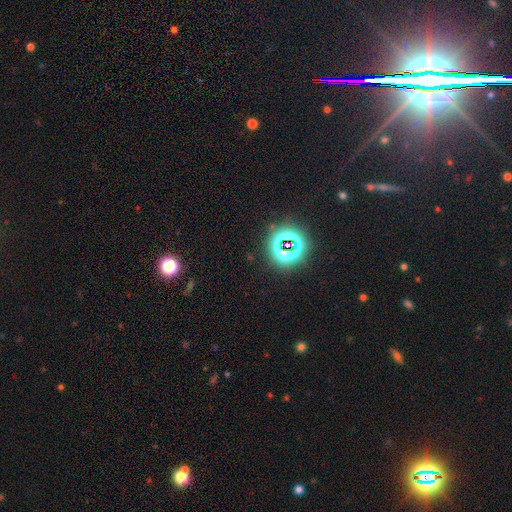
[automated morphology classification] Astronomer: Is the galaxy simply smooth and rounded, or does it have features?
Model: star or artifact — 80%.